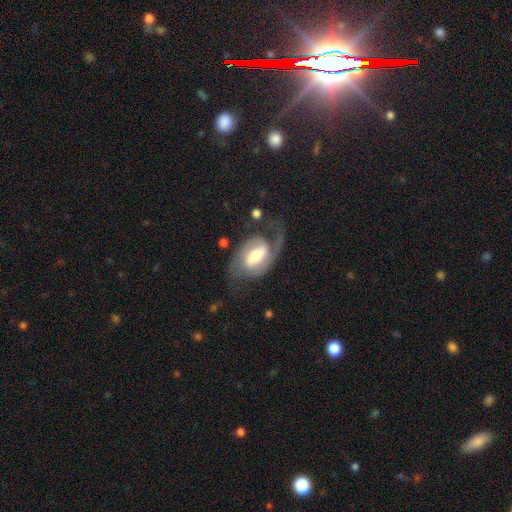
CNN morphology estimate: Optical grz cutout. It shows a featured or disk galaxy (81%) with a weak bar (42%), 2 (80%) medium (48%) spiral arms (94%) and a moderate central bulge (48%). Merging: none (53%).